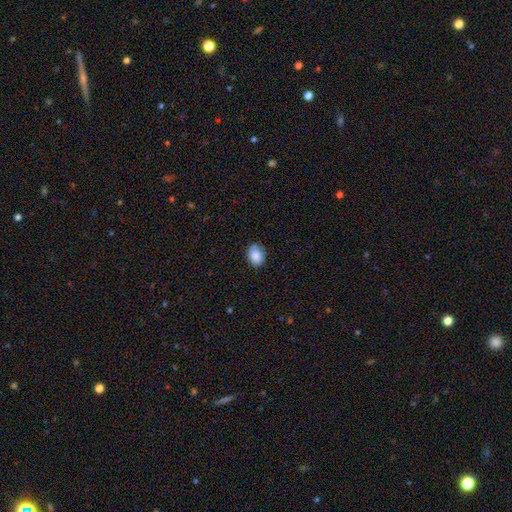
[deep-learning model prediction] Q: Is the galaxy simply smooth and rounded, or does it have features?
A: smooth — 85%.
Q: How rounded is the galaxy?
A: in between — 68%.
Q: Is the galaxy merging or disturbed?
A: none — 77%.